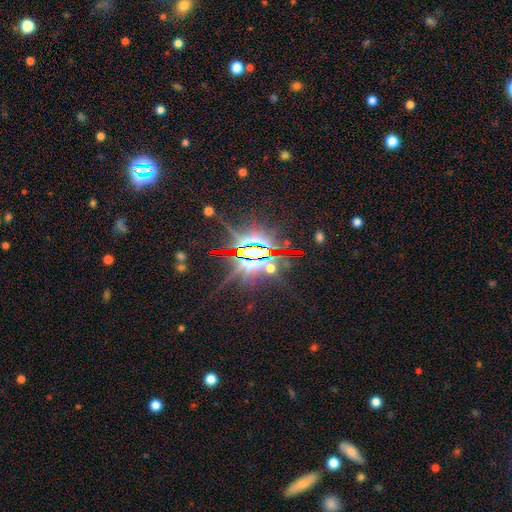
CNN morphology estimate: Overall: star or artifact (83%).